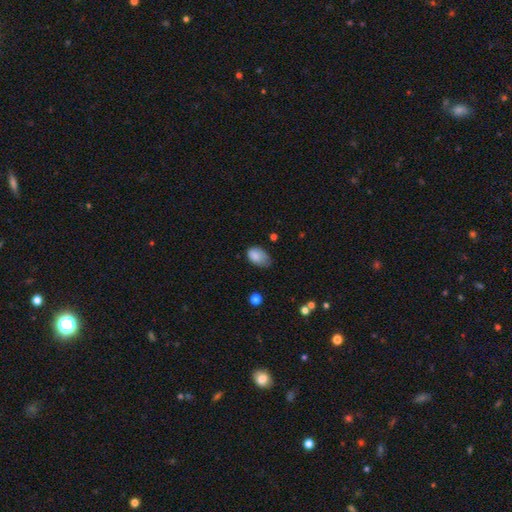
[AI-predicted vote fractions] A smooth galaxy with no disk features (83%) that is in between round and cigar-shaped (89%).

Vote fractions:
- Smooth or featured? smooth: 83% / featured or disk: 8% / star or artifact: 8%
- How rounded? in between: 89% / round: 10% / cigar-shaped: 1%
- Merging? minor disturbance: 43% / none: 42% / major disturbance: 13% / merger: 2%